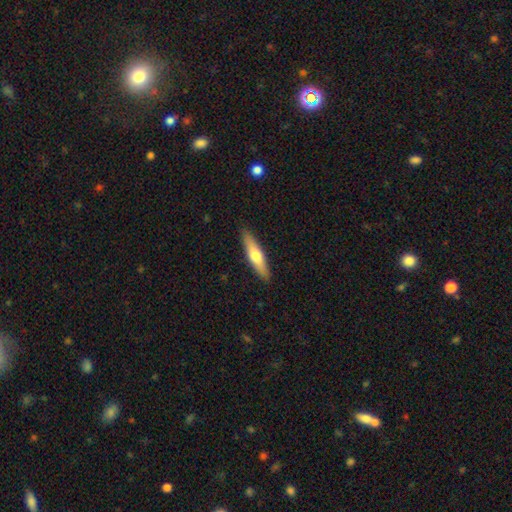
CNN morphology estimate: Smooth or featured? Predicted: smooth (p=0.55). How rounded? Predicted: cigar-shaped (p=0.77). Merging? Predicted: none (p=0.90).